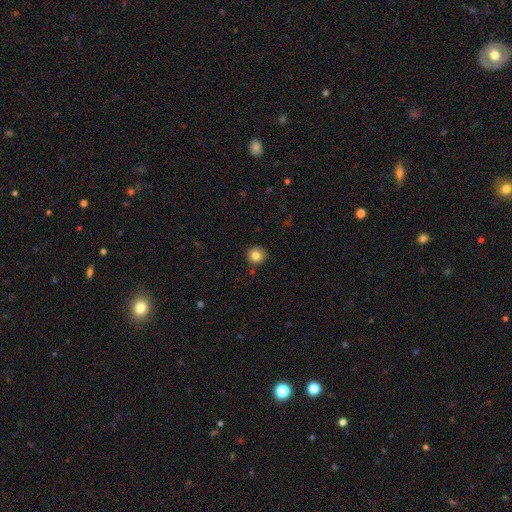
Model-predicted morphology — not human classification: Smooth or featured? smooth (82%)
How rounded? round (94%)
Merging? none (89%)